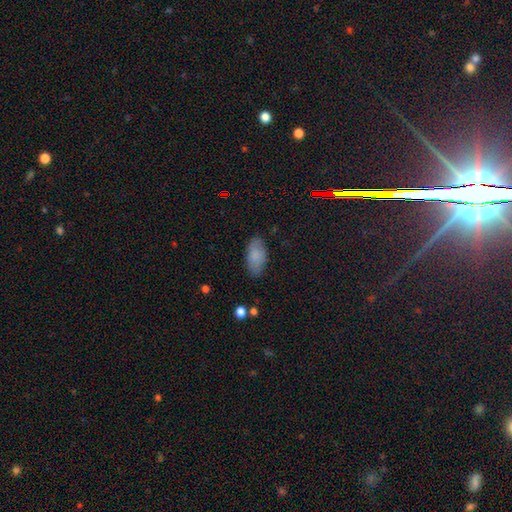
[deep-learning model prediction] A smooth galaxy with no disk features (82%) that is in between round and cigar-shaped (93%).

Vote fractions:
- Smooth or featured? smooth: 82% / featured or disk: 10% / star or artifact: 8%
- How rounded? in between: 93% / cigar-shaped: 5% / round: 3%
- Merging? none: 79% / minor disturbance: 16% / major disturbance: 4% / merger: 1%